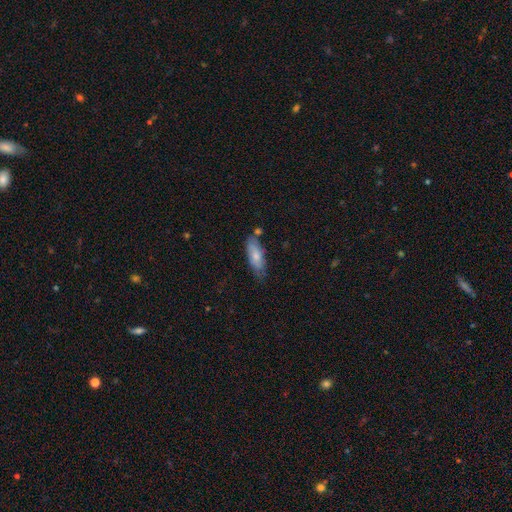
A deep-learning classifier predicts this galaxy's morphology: A smooth galaxy with no disk features (71%) that is in between round and cigar-shaped (65%). Merging: none (62%).